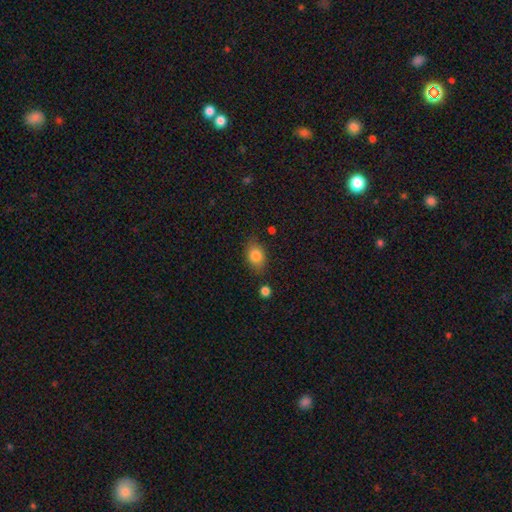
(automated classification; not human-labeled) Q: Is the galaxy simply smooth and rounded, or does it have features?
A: smooth — 82%.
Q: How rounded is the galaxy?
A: in between — 71%.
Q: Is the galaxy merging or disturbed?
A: none — 77%.